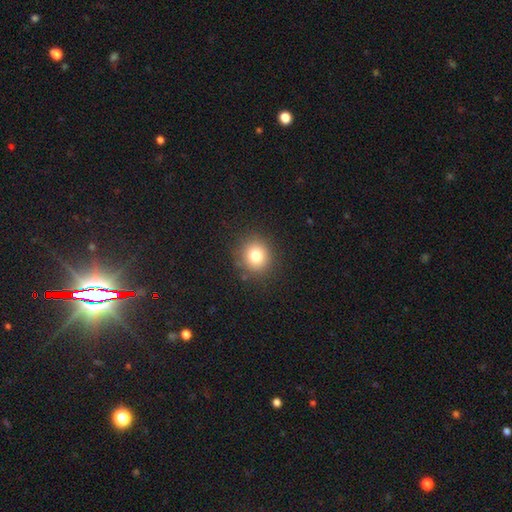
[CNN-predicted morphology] The model was most divided on "smooth or featured": smooth: 80%, star or artifact: 12%, featured or disk: 8%. More confident: merging — none (88%); how rounded — round (86%).